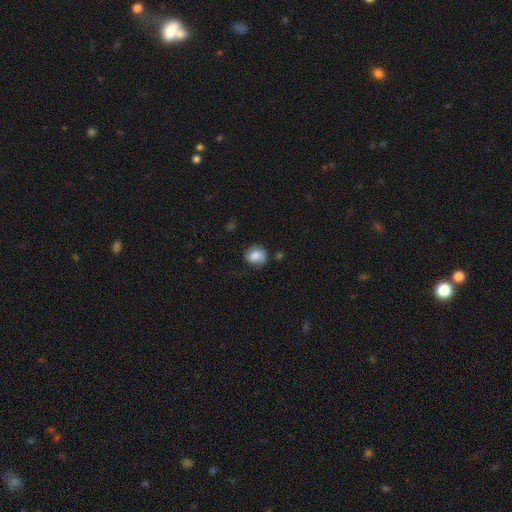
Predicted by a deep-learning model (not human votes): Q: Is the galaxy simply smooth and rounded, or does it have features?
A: smooth — 79%.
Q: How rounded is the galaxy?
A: round — 63%.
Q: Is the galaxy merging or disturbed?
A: none — 66%.